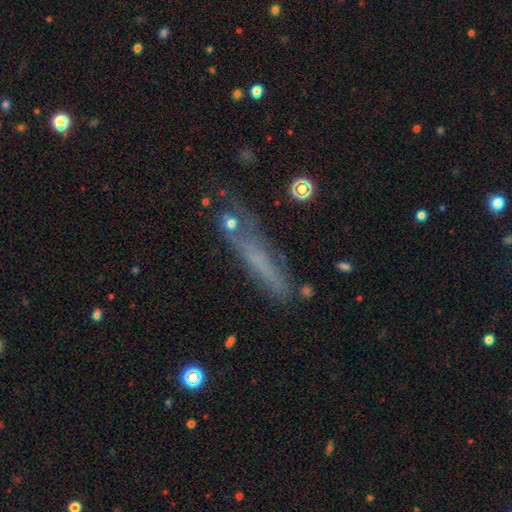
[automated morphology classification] smooth-or-featured: smooth: 53% | featured or disk: 36% | star or artifact: 11%
  how-rounded: cigar-shaped: 87% | in between: 10% | round: 3%
  merging: none: 55% | minor disturbance: 23% | major disturbance: 14% | merger: 8%